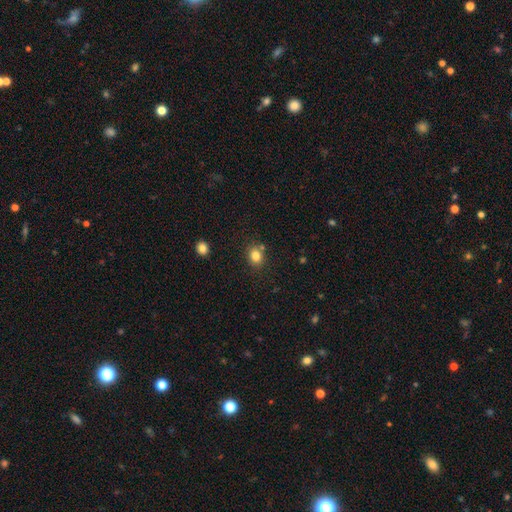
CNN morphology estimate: A smooth galaxy with no disk features (82%) that is round (66%).

Vote fractions:
- Smooth or featured? smooth: 82% / star or artifact: 12% / featured or disk: 6%
- How rounded? round: 66% / in between: 33% / cigar-shaped: 1%
- Merging? none: 76% / minor disturbance: 11% / merger: 9% / major disturbance: 3%